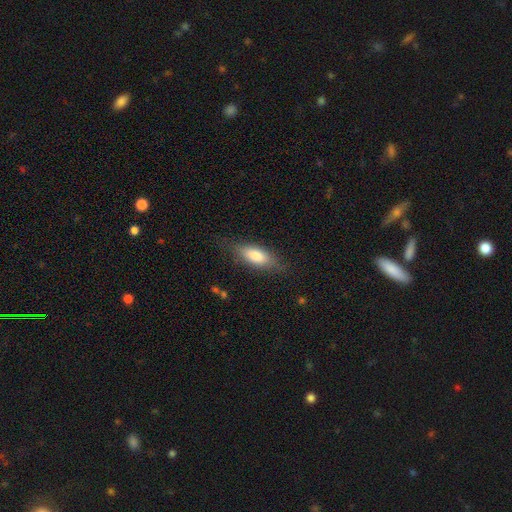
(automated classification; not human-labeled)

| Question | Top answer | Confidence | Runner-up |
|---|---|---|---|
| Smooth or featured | smooth | 76% | featured or disk (18%) |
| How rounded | in between | 75% | cigar-shaped (23%) |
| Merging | none | 75% | minor disturbance (18%) |